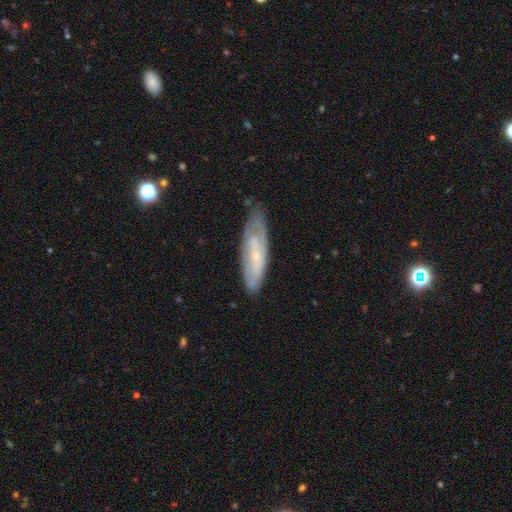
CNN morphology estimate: A featured or disk galaxy (60%). Merging: none (69%).